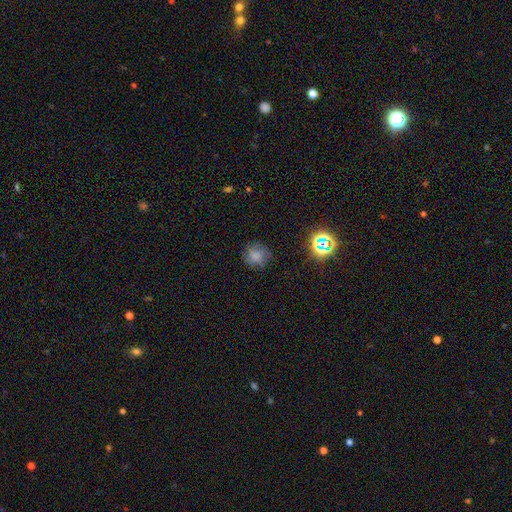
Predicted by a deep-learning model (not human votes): Q: Smooth or featured?
A: smooth (71%); runner-up: star or artifact (18%)
Q: How rounded?
A: round (84%); runner-up: in between (15%)
Q: Merging?
A: none (77%); runner-up: minor disturbance (16%)